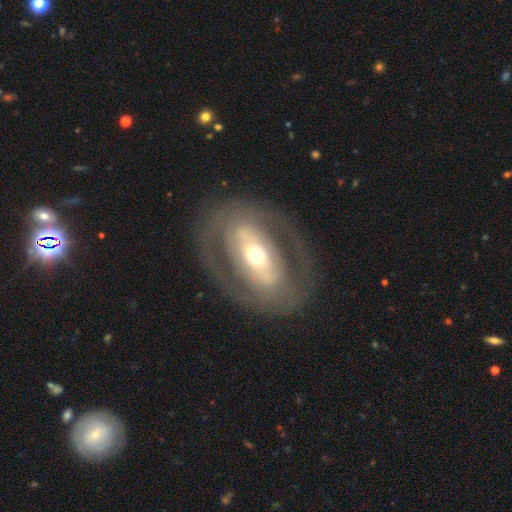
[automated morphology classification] Smooth or featured?
  - featured or disk: 72% *
  - smooth: 22%
  - star or artifact: 6%
Edge-on disk?
  - no: 89% *
  - yes: 11%
Bar?
  - strong: 47% *
  - no: 31%
  - weak: 22%
Spiral arms?
  - no: 66% *
  - yes: 34%
Bulge size?
  - moderate: 60% *
  - small: 26%
  - large: 11%
  - dominant: 2%
  - none: 1%
Merging?
  - none: 78% *
  - minor disturbance: 11%
  - major disturbance: 10%
  - merger: 1%